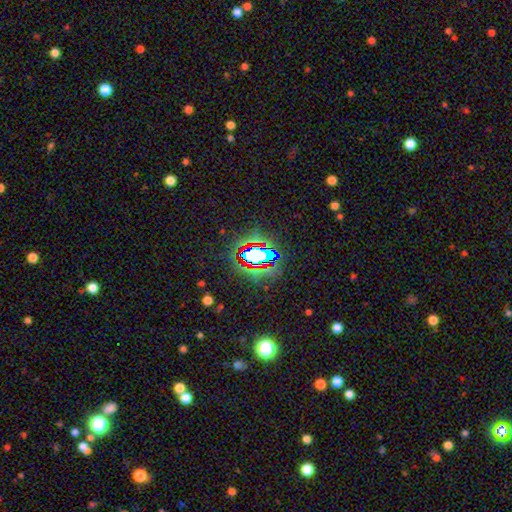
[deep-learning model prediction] A star or artifact, not a galaxy (62%).